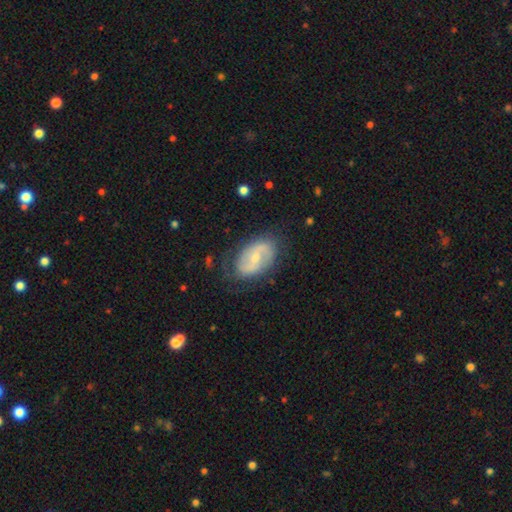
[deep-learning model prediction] Smooth or featured? featured or disk (70%)
Edge-on disk? no (96%)
Bar? weak (45%)
Spiral arms? yes (84%)
Spiral winding? medium (43%)
Spiral arm count? 2 (80%)
Bulge size? small (56%)
Merging? none (74%)